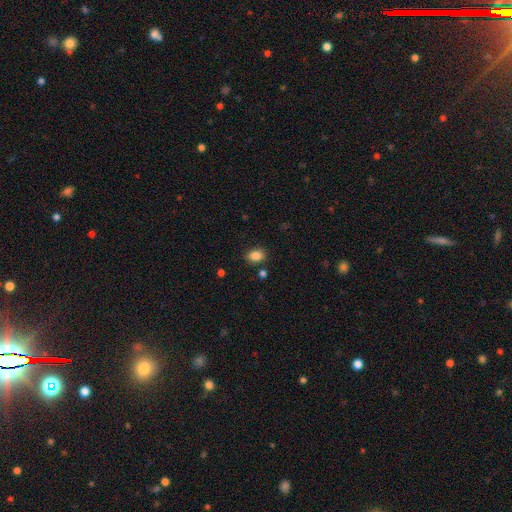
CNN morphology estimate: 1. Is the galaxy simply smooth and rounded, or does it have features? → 85% smooth, 10% star or artifact, 5% featured or disk.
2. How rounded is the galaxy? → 69% in between, 30% round, 1% cigar-shaped.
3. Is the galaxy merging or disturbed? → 83% none, 10% minor disturbance, 4% merger, 3% major disturbance.